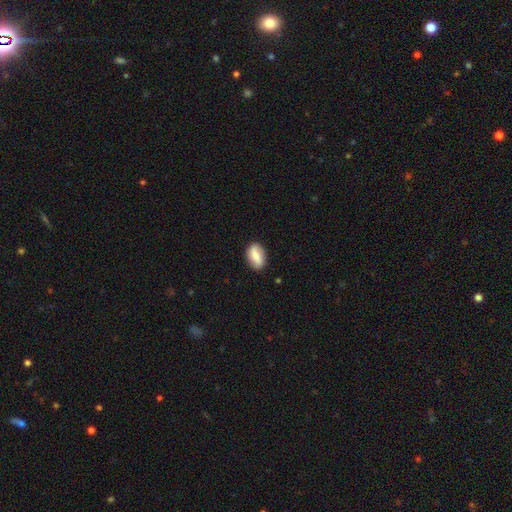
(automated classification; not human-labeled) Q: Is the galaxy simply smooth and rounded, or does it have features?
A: smooth — 61%.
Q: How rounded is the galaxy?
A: in between — 85%.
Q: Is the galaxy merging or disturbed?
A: none — 85%.